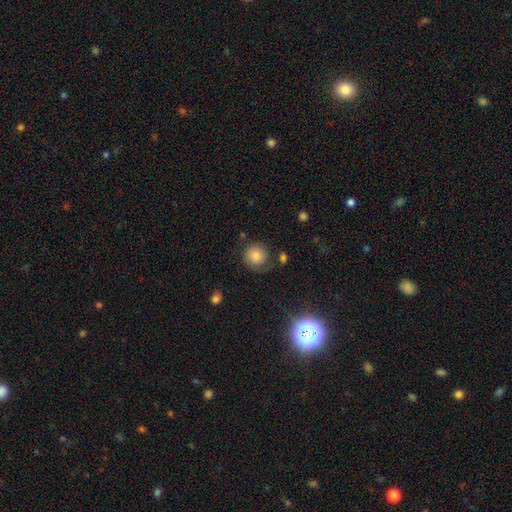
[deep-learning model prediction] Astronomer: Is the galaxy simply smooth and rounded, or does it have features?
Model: smooth — 77%.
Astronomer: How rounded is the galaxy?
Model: round — 89%.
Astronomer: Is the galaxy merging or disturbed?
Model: none — 67%.